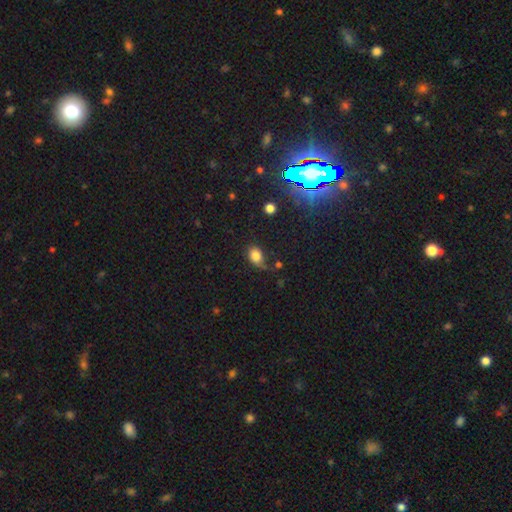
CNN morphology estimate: Q: Smooth or featured?
A: smooth (80%); runner-up: star or artifact (12%)
Q: How rounded?
A: in between (68%); runner-up: round (31%)
Q: Merging?
A: none (53%); runner-up: minor disturbance (29%)